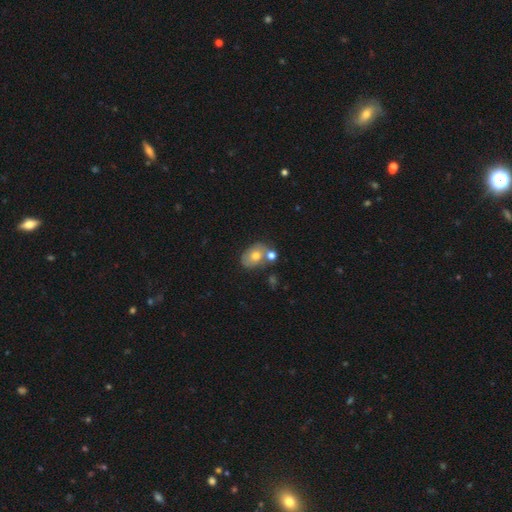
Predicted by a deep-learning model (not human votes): Smooth or featured: smooth — 66% (featured or disk — 24%)
How rounded: in between — 69% (round — 30%)
Merging: none — 52% (merger — 27%)